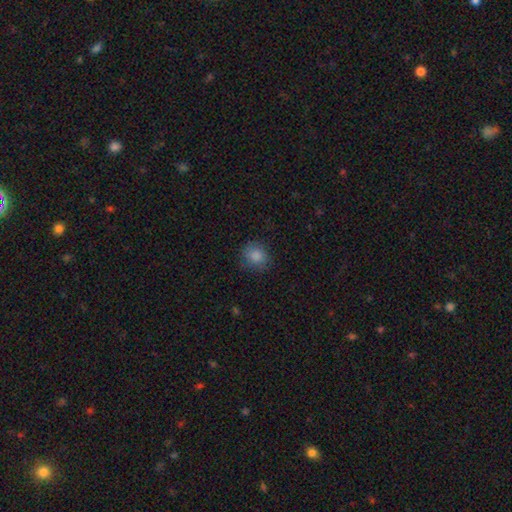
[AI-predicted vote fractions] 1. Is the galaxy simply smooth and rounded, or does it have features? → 86% smooth, 9% star or artifact, 5% featured or disk.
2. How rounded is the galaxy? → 78% round, 21% in between, 1% cigar-shaped.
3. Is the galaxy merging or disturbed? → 81% none, 13% minor disturbance, 4% major disturbance, 1% merger.